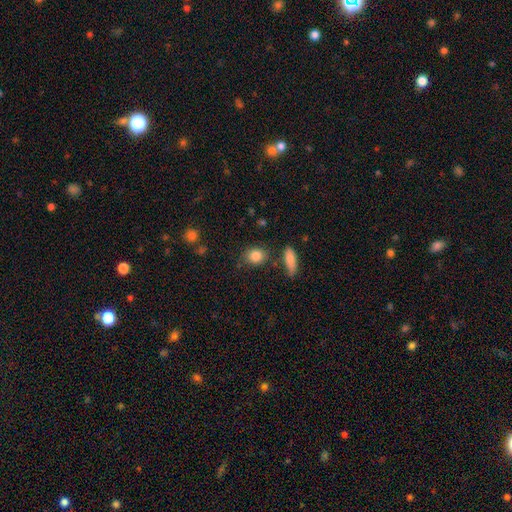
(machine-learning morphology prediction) A smooth galaxy with no disk features (85%) that is round (62%).

Vote fractions:
- Smooth or featured? smooth: 85% / star or artifact: 9% / featured or disk: 6%
- How rounded? round: 62% / in between: 36% / cigar-shaped: 2%
- Merging? none: 78% / minor disturbance: 12% / merger: 7% / major disturbance: 3%